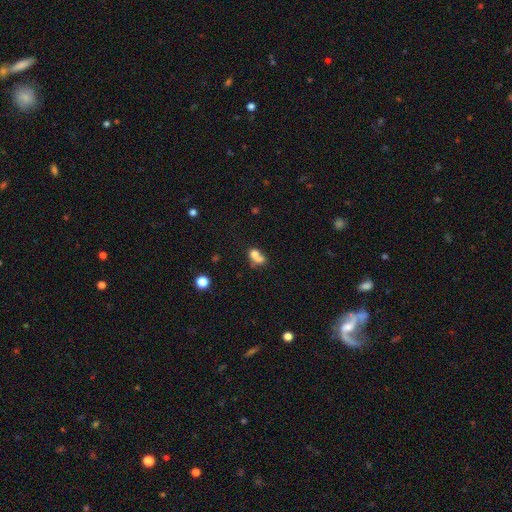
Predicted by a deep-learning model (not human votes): smooth 68%, featured or disk 19%, star or artifact 13%. Down the decision tree: how rounded — round (51%); merging — merger (64%).